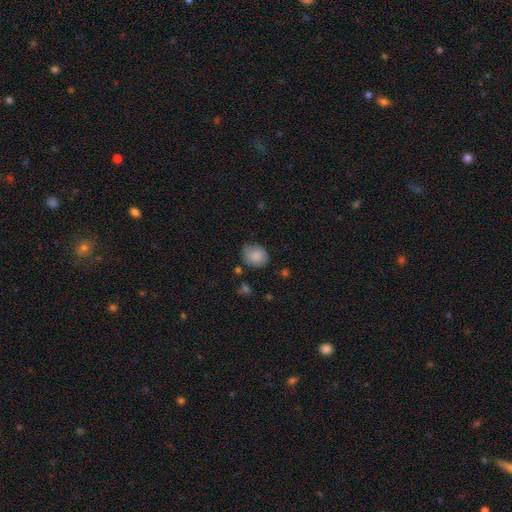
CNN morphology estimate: Smooth or featured? smooth (83%)
How rounded? round (65%)
Merging? none (62%)